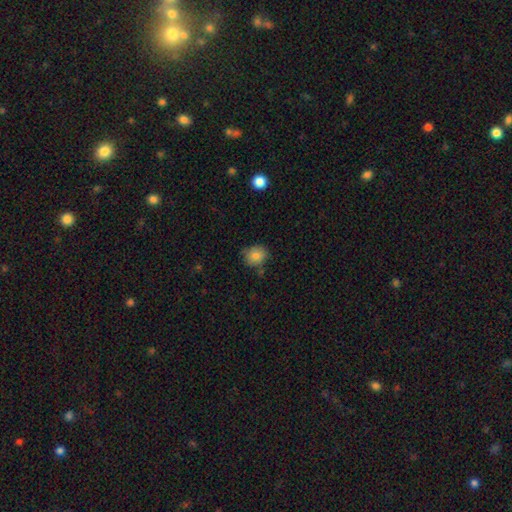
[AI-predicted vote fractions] This appears to be a smooth galaxy with no disk features (83%) that is round (74%). Merging: none (75%).